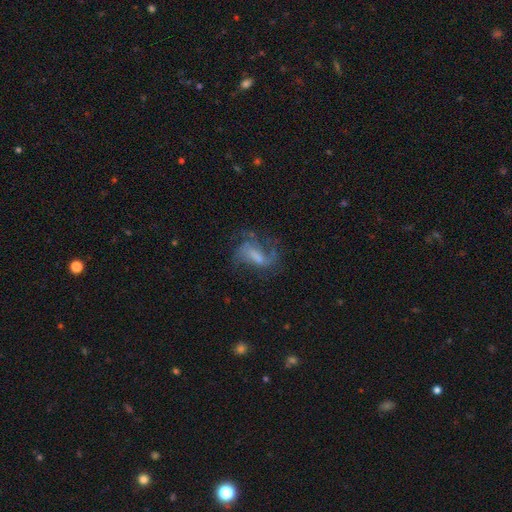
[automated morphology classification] This is likely a featured or disk galaxy (69%). It is clearly not viewed edge-on (96%). Bar: possibly weak (45%). Spiral arm pattern: clearly yes (85%). Spiral arm count: marginally 2 (42%). Spiral winding: possibly loose (46%). Central bulge: marginally none (33%). Merging: possibly none (48%).